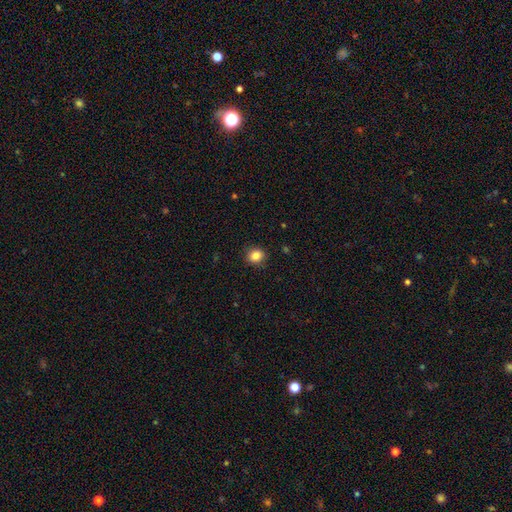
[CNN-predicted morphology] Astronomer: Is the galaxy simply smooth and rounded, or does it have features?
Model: smooth — 85%.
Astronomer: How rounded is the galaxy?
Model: round — 78%.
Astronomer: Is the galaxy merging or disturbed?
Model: none — 89%.